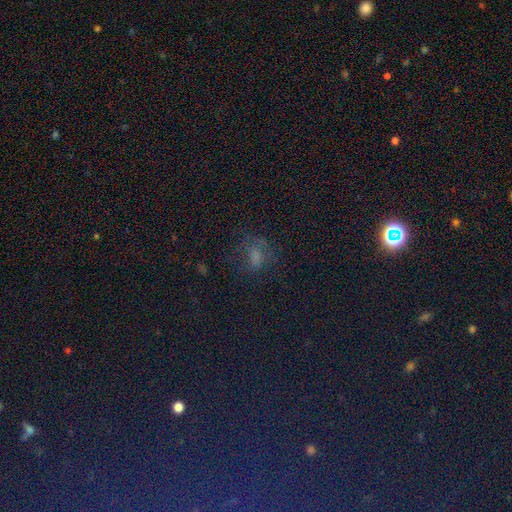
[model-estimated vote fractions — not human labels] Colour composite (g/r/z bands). It shows a star or artifact, not a galaxy (46%).